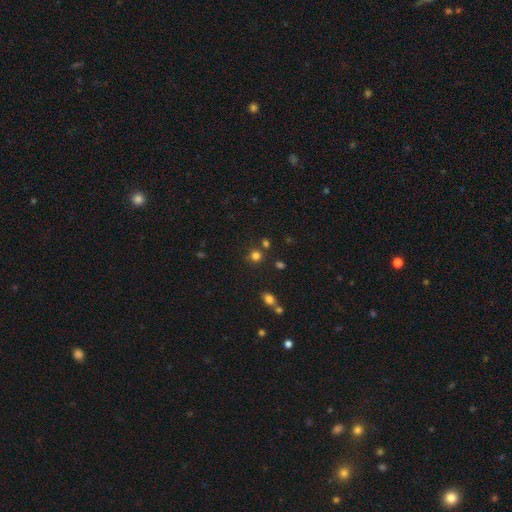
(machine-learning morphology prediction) A smooth galaxy with no disk features (76%) that is round (89%). Merging: none (77%).